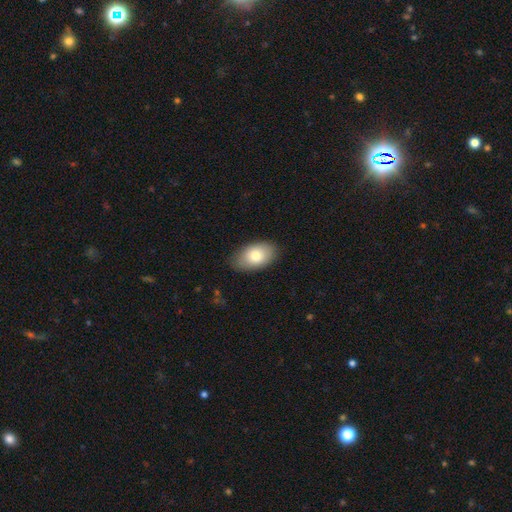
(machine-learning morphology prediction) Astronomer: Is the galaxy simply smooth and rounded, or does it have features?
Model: smooth — 77%.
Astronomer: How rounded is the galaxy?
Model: in between — 90%.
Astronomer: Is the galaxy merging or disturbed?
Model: none — 83%.